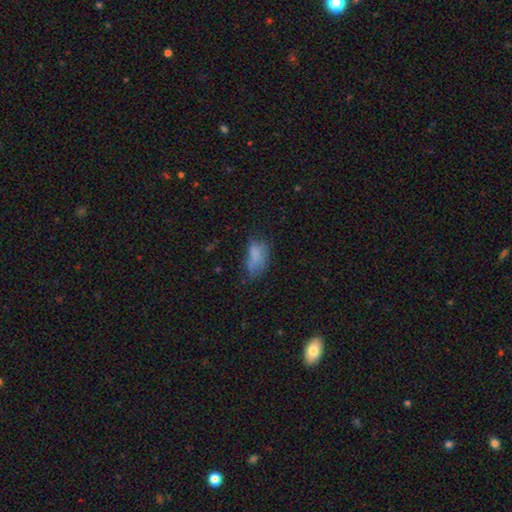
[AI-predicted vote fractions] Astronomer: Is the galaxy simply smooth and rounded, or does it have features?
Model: smooth — 70%.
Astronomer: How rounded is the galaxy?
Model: in between — 90%.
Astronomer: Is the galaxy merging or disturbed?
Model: none — 35% (runner-up: minor disturbance, 33%).